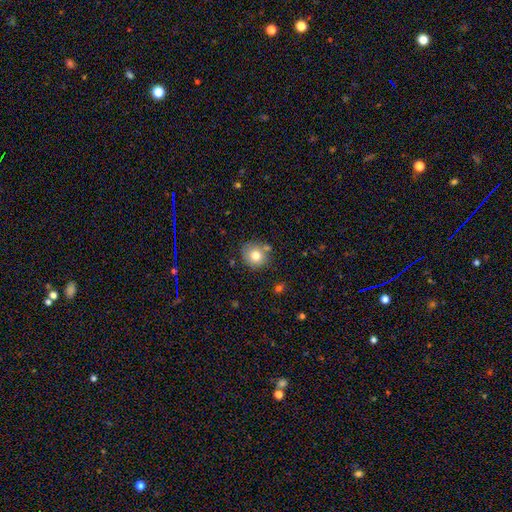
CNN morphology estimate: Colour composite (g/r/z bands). It shows a smooth galaxy with no disk features (77%) that is round (82%). Merging: none (71%).